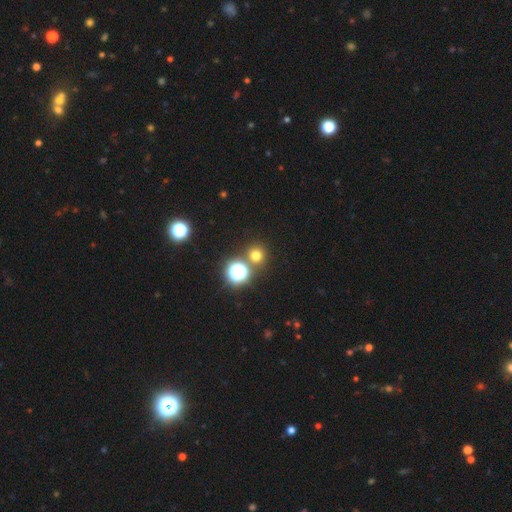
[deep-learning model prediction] This is likely a smooth galaxy (67%). How rounded: clearly round (92%). Merging: clearly none (81%).